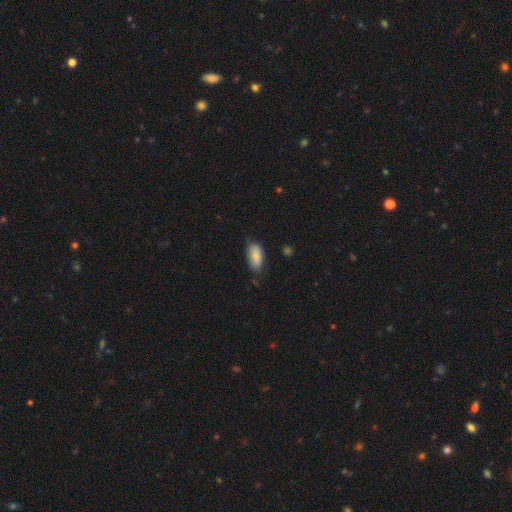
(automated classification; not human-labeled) A smooth galaxy with no disk features (85%) that is in between round and cigar-shaped (92%).

Vote fractions:
- Smooth or featured? smooth: 85% / featured or disk: 8% / star or artifact: 7%
- How rounded? in between: 92% / cigar-shaped: 5% / round: 3%
- Merging? none: 70% / minor disturbance: 24% / major disturbance: 4% / merger: 2%